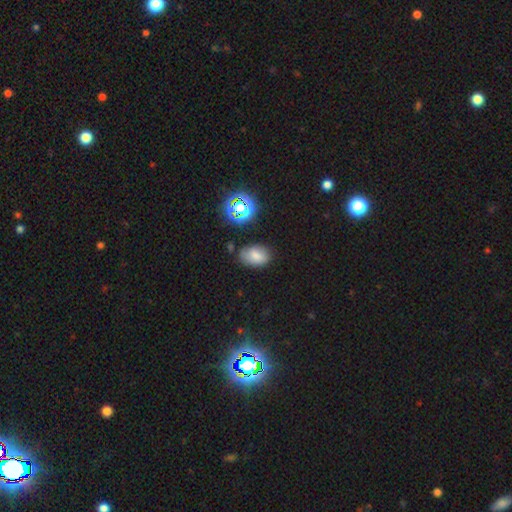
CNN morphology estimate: smooth_or_featured: smooth (p=0.73) [alt: star or artifact p=0.16]
how_rounded: in between (p=0.84) [alt: round p=0.14]
merging: none (p=0.68) [alt: minor disturbance p=0.22]